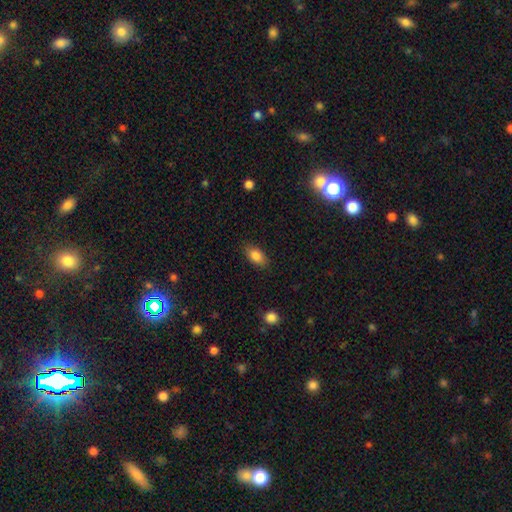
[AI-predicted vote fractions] Smooth or featured? smooth (84%)
How rounded? in between (88%)
Merging? none (84%)